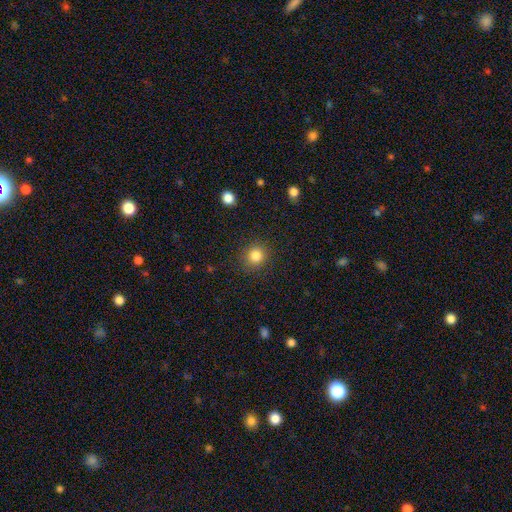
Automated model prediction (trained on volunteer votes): smooth 83%, star or artifact 11%, featured or disk 5%. Down the decision tree: how rounded — round (90%); merging — none (89%).